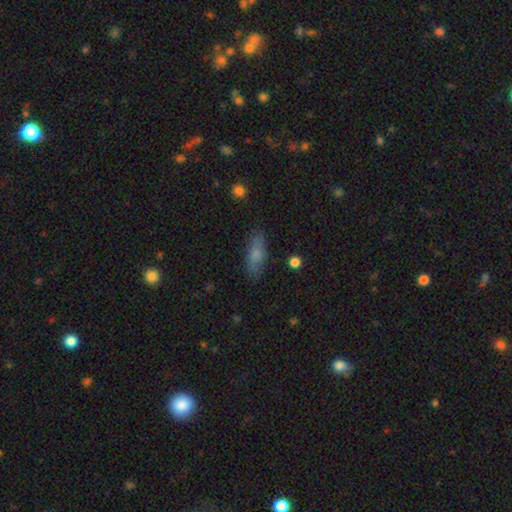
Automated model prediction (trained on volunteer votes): This is likely a smooth galaxy (72%). How rounded: possibly in between (60%). Merging: clearly none (83%).